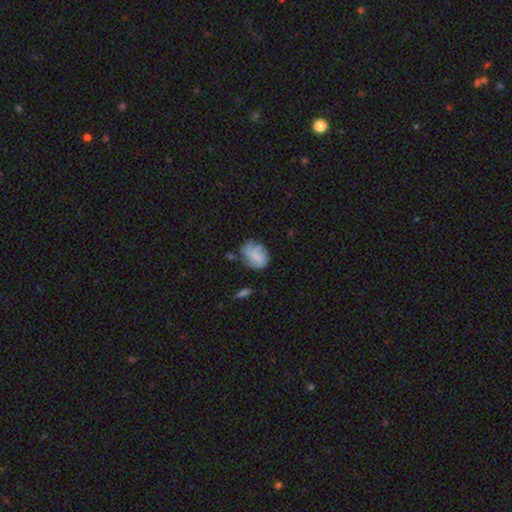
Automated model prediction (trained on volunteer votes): Morphology: type=smooth (55%); roundness=in between (65%); merging=none (41%).